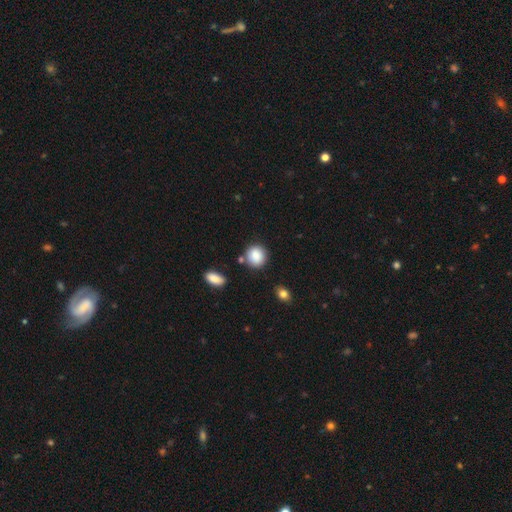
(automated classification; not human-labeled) The model was most divided on "merging": none: 78%, minor disturbance: 12%, merger: 7%, major disturbance: 3%. More confident: smooth or featured — smooth (87%); how rounded — round (83%).